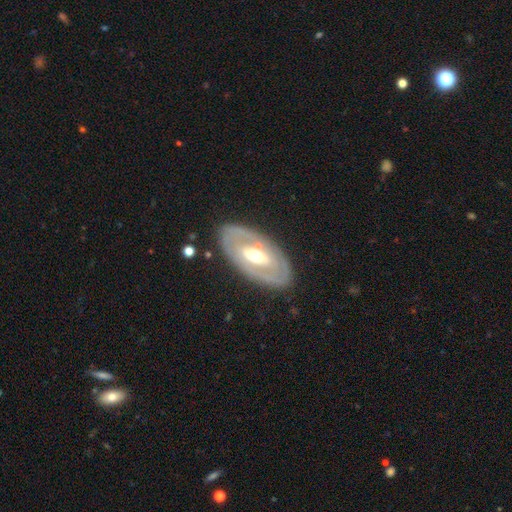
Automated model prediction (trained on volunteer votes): Q: Smooth or featured?
A: featured or disk (75%); runner-up: smooth (19%)
Q: Edge-on disk?
A: no (89%); runner-up: yes (11%)
Q: Bar?
A: weak (37%); runner-up: strong (35%)
Q: Spiral arms?
A: yes (51%); runner-up: no (49%)
Q: Bulge size?
A: moderate (72%); runner-up: small (19%)
Q: Merging?
A: none (84%); runner-up: minor disturbance (11%)